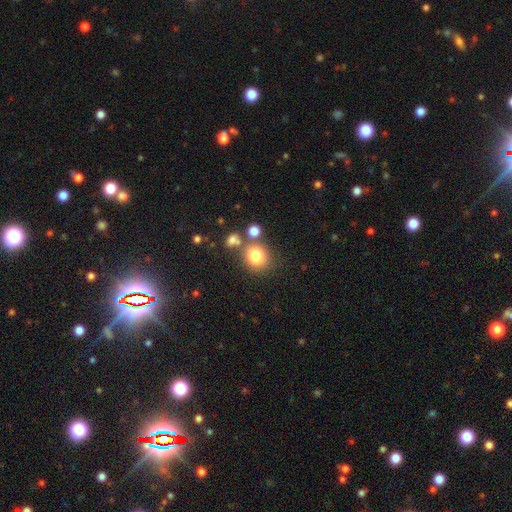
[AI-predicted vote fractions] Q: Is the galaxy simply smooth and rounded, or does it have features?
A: smooth — 80%.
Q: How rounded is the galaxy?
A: round — 78%.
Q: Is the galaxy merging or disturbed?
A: none — 61%.